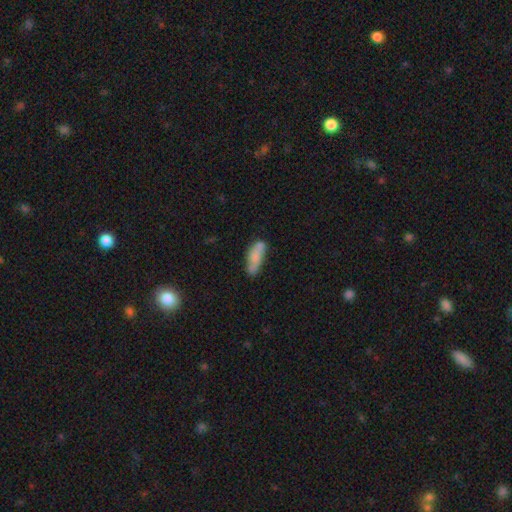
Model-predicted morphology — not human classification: Overall: smooth (72%). How rounded: in between (57%; cigar-shaped 41%). Merging: none (51%; minor disturbance 24%).